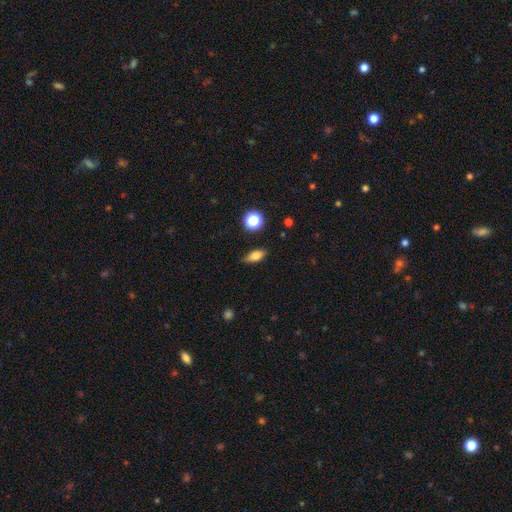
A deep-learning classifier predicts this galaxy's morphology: smooth-or-featured: smooth: 73% | featured or disk: 17% | star or artifact: 10%
  how-rounded: in between: 77% | cigar-shaped: 14% | round: 9%
  merging: none: 84% | minor disturbance: 12% | major disturbance: 2% | merger: 2%